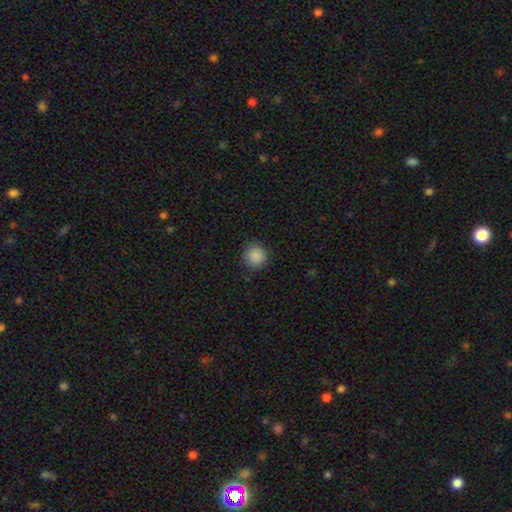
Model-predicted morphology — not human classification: A smooth galaxy with no disk features (88%) that is round (93%).

Vote fractions:
- Smooth or featured? smooth: 88% / star or artifact: 9% / featured or disk: 3%
- How rounded? round: 93% / in between: 6% / cigar-shaped: 1%
- Merging? none: 88% / minor disturbance: 9% / major disturbance: 3% / merger: 1%